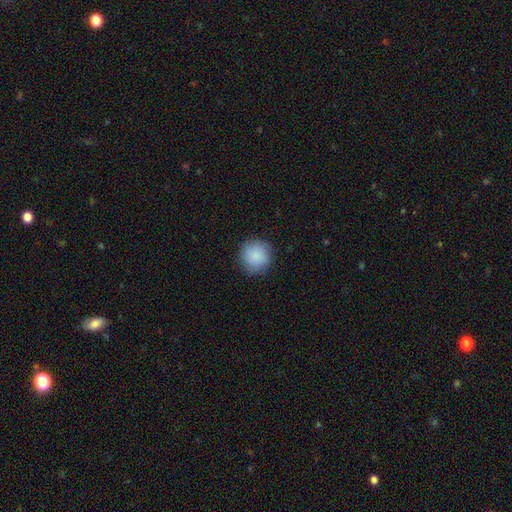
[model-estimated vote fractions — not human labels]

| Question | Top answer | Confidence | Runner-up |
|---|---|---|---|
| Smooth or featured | smooth | 87% | star or artifact (7%) |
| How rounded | round | 94% | in between (5%) |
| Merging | none | 85% | minor disturbance (11%) |